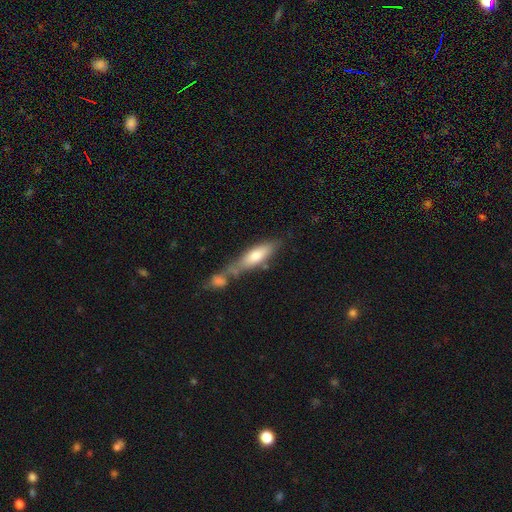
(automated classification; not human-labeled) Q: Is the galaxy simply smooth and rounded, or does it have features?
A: smooth — 62%.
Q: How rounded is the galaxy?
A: cigar-shaped — 58%.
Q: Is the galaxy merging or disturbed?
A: merger — 43%.